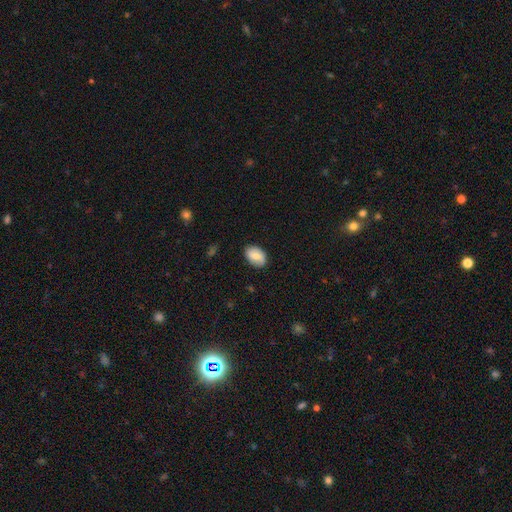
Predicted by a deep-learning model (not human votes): Smooth or featured?
  - smooth: 76% *
  - featured or disk: 17%
  - star or artifact: 7%
How rounded?
  - in between: 88% *
  - round: 11%
  - cigar-shaped: 1%
Merging?
  - none: 83% *
  - minor disturbance: 13%
  - major disturbance: 3%
  - merger: 1%